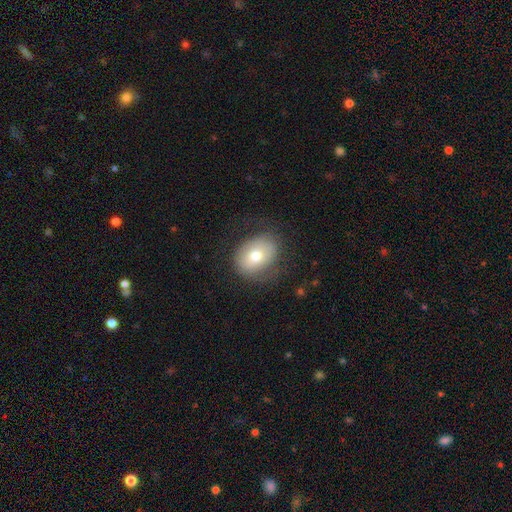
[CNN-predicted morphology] A smooth galaxy with no disk features (70%) that is in between round and cigar-shaped (59%). Merging: none (67%).